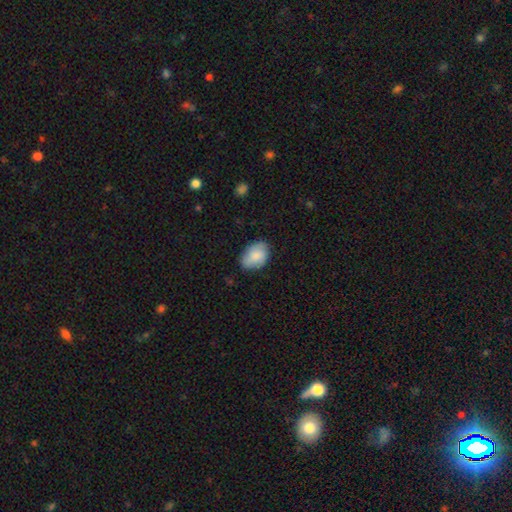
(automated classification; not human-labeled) Smooth or featured: smooth — 77% (featured or disk — 17%)
How rounded: in between — 84% (round — 15%)
Merging: none — 76% (minor disturbance — 19%)